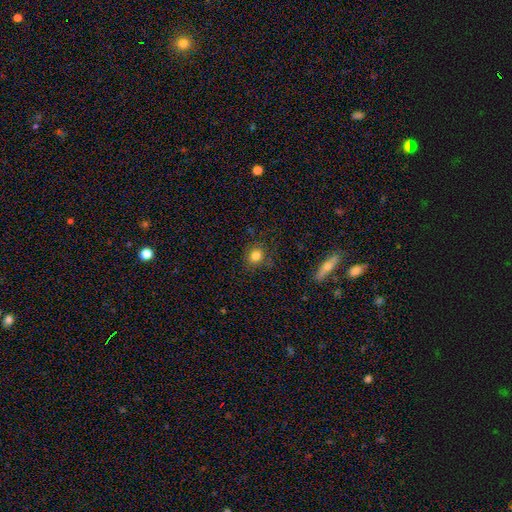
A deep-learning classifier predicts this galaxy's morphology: smooth 81%, star or artifact 13%, featured or disk 6%. Down the decision tree: how rounded — round (74%); merging — none (82%).